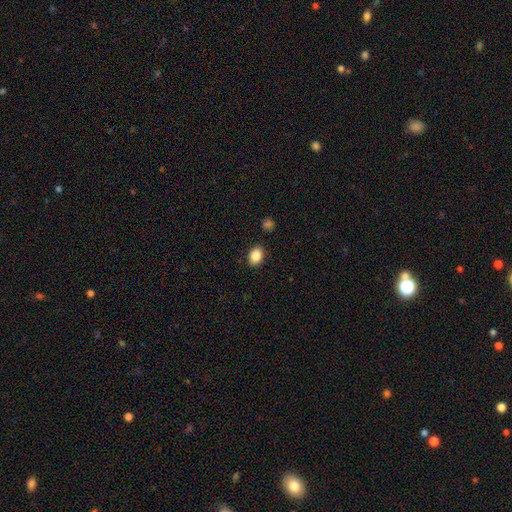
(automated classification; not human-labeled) This is clearly a smooth galaxy (87%). How rounded: likely in between (74%). Merging: clearly none (88%).